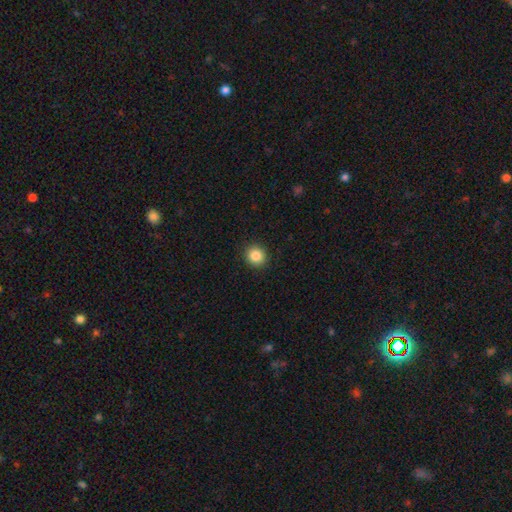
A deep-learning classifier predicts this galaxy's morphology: Smooth or featured? smooth (85%)
How rounded? round (91%)
Merging? none (92%)